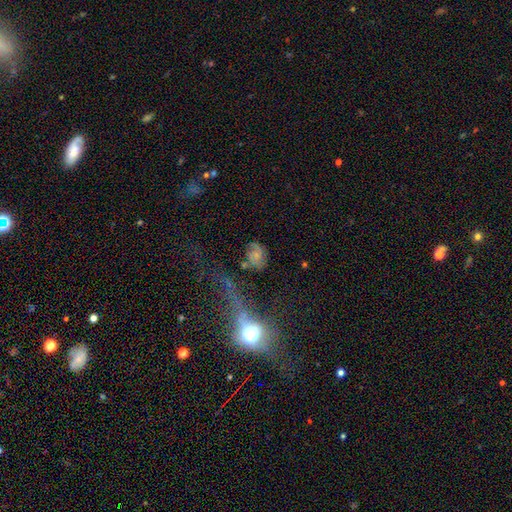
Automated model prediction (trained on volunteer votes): smooth_or_featured: featured or disk (p=0.48) [alt: smooth p=0.38]
merging: none (p=0.57) [alt: minor disturbance p=0.22]